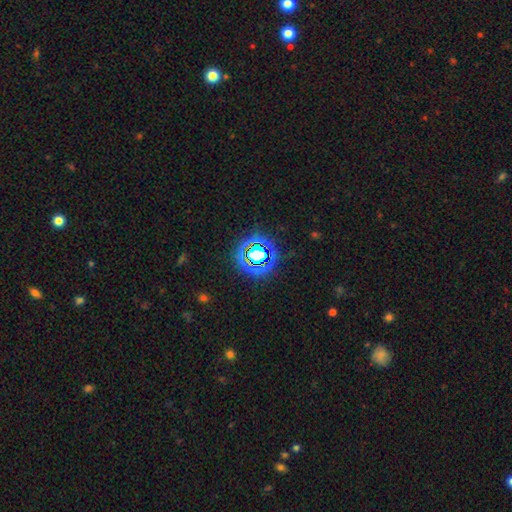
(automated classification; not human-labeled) star or artifact 71%, smooth 18%, featured or disk 11%.